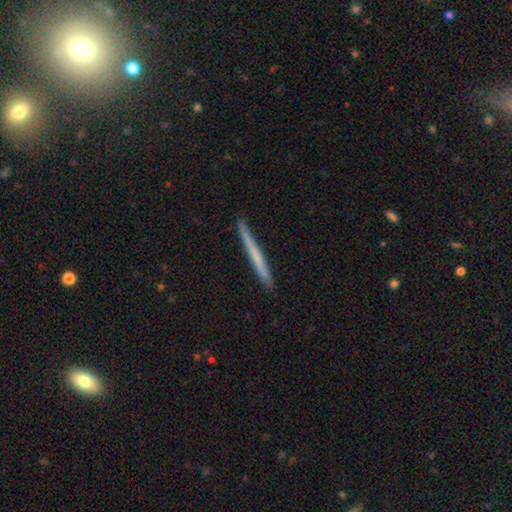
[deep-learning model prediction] Morphology: type=smooth (50%); roundness=cigar-shaped (97%); merging=none (91%).